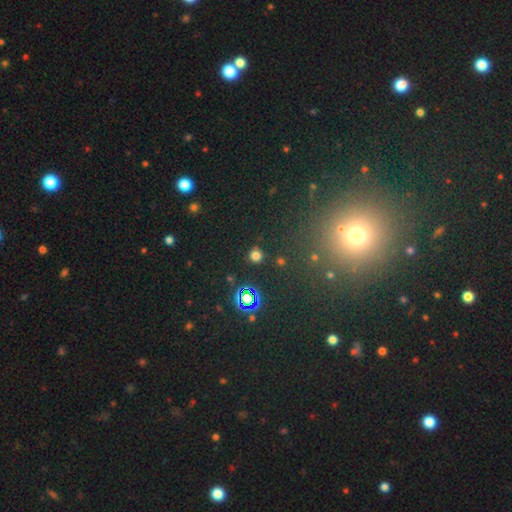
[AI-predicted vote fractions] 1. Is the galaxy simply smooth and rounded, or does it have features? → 70% smooth, 25% star or artifact, 5% featured or disk.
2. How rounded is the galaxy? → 92% round, 7% in between, 1% cigar-shaped.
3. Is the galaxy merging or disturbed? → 87% none, 7% minor disturbance, 3% merger, 3% major disturbance.